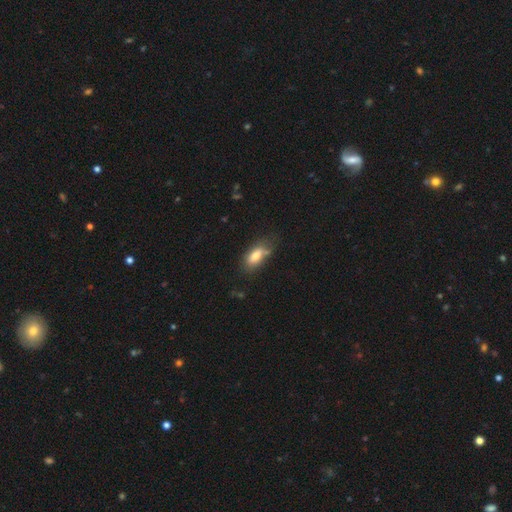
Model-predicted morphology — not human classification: A smooth galaxy with no disk features (76%) that is in between round and cigar-shaped (86%). Merging: none (53%).